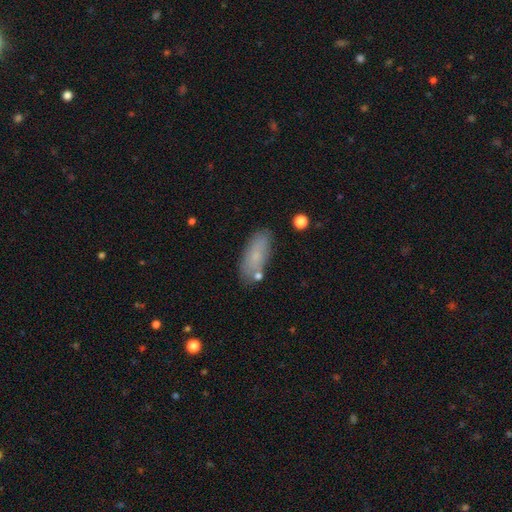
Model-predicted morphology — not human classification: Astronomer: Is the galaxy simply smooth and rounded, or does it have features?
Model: smooth — 74%.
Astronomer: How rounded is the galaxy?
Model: in between — 79%.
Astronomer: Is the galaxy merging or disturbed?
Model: none — 75%.